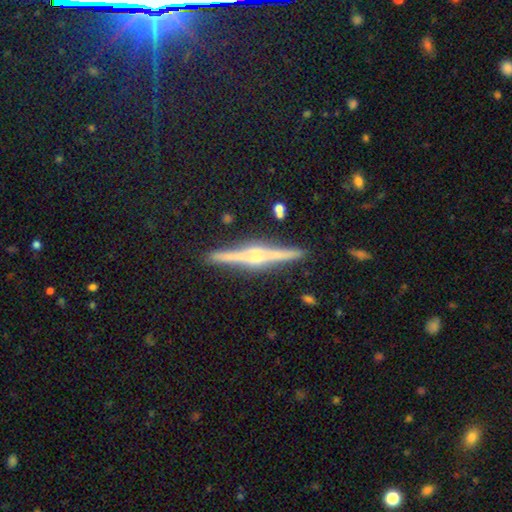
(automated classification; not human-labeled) Q: Smooth or featured?
A: featured or disk (83%); runner-up: smooth (10%)
Q: Edge-on disk?
A: yes (98%); runner-up: no (2%)
Q: Edge-on bulge?
A: rounded (86%); runner-up: boxy (9%)
Q: Merging?
A: none (91%); runner-up: minor disturbance (6%)